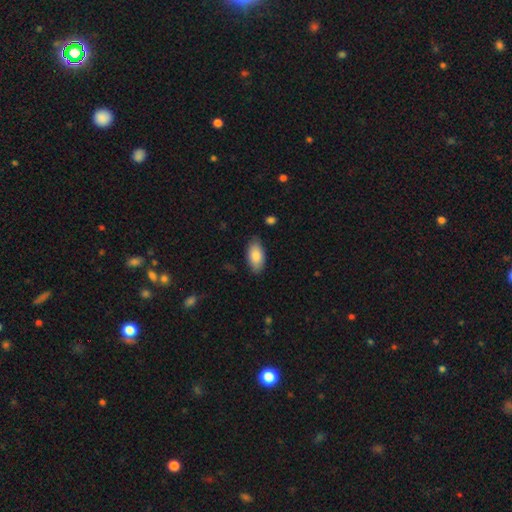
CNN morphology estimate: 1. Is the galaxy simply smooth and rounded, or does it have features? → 86% smooth, 8% featured or disk, 6% star or artifact.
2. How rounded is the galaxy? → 94% in between, 4% cigar-shaped, 3% round.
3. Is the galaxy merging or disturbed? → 82% none, 14% minor disturbance, 3% major disturbance, 1% merger.